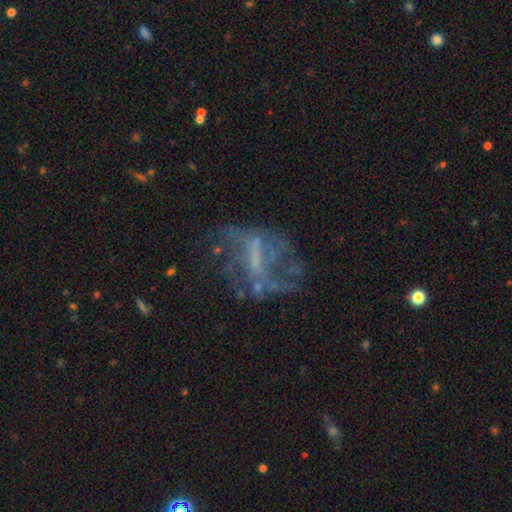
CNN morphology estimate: Overall: featured or disk (67%). Edge-on disk: no (95%). Bar: no (38%; weak 35%). Spiral arms: no (56%; yes 44%). Bulge size: none (61%; small 21%). Merging: none (45%; major disturbance 33%).